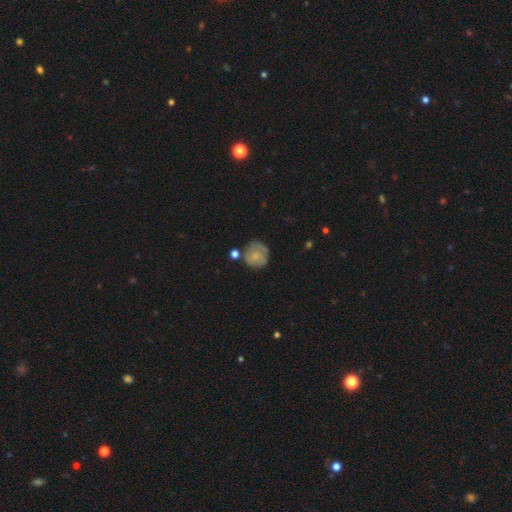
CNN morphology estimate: type=smooth (67%); roundness=round (86%); merging=none (59%).